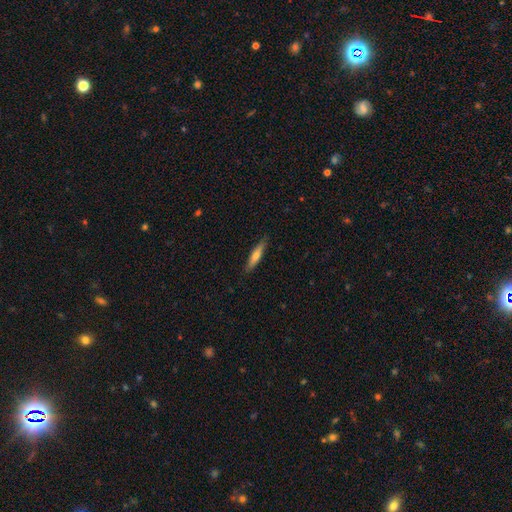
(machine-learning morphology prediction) The model was most divided on "smooth or featured": smooth: 61%, featured or disk: 34%, star or artifact: 6%. More confident: merging — none (86%); how rounded — cigar-shaped (83%).